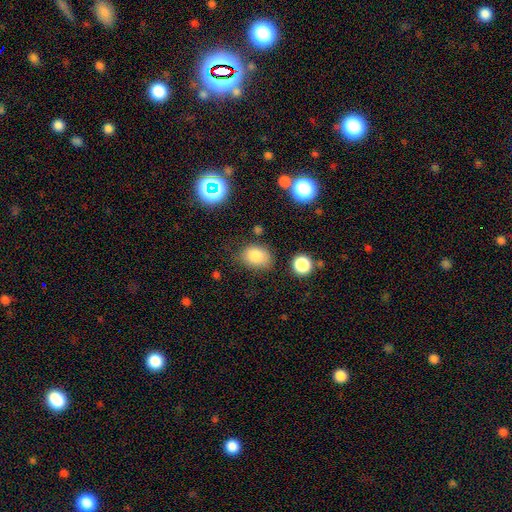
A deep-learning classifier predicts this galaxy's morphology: This is clearly a smooth galaxy (82%). How rounded: likely in between (65%). Merging: likely none (69%).